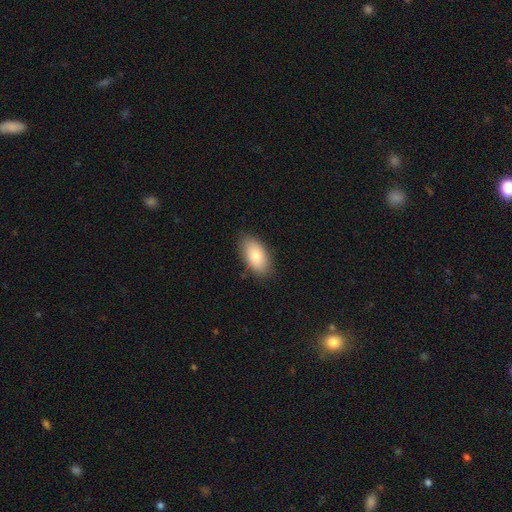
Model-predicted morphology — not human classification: Smooth or featured? smooth (82%)
How rounded? in between (93%)
Merging? none (85%)